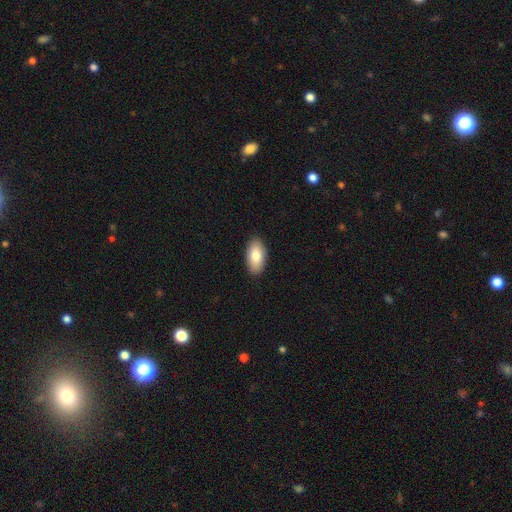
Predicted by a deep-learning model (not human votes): smooth 81%, featured or disk 13%, star or artifact 6%. Down the decision tree: how rounded — in between (94%); merging — none (90%).